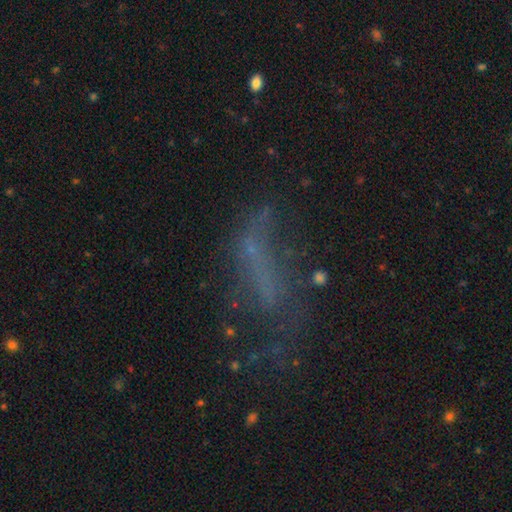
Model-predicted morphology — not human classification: Overall: featured or disk (45%; smooth 30%). Merging: none (38%; major disturbance 36%).